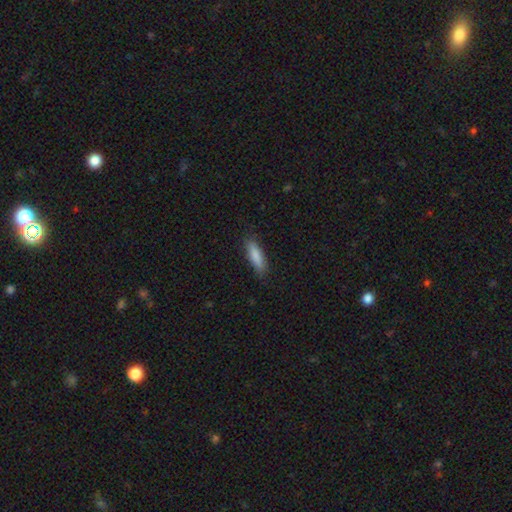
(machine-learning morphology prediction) Q: Smooth or featured?
A: smooth (86%); runner-up: featured or disk (8%)
Q: How rounded?
A: cigar-shaped (60%); runner-up: in between (38%)
Q: Merging?
A: none (84%); runner-up: minor disturbance (12%)